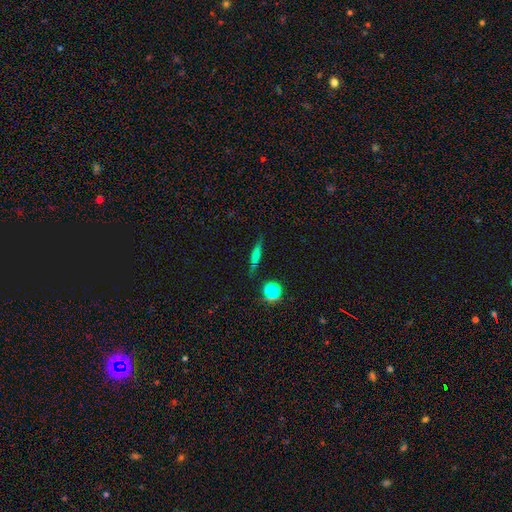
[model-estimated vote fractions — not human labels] Smooth or featured?
  - smooth: 52% *
  - featured or disk: 34%
  - star or artifact: 14%
How rounded?
  - cigar-shaped: 79% *
  - in between: 14%
  - round: 7%
Merging?
  - none: 82% *
  - minor disturbance: 12%
  - major disturbance: 3%
  - merger: 2%